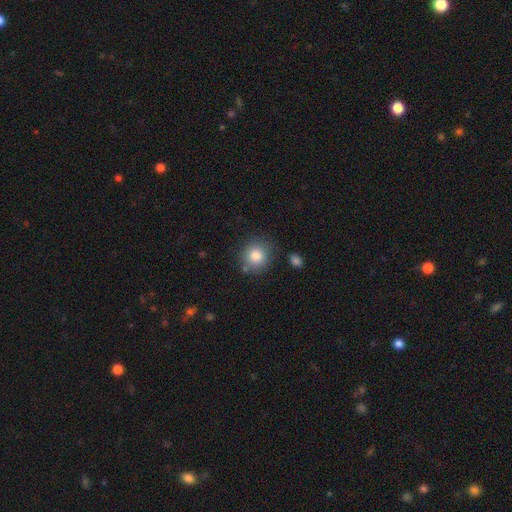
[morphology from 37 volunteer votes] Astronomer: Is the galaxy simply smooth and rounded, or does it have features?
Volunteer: smooth — 95%.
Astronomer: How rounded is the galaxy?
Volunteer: round — 94%.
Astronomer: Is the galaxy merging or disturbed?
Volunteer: none — 64%.